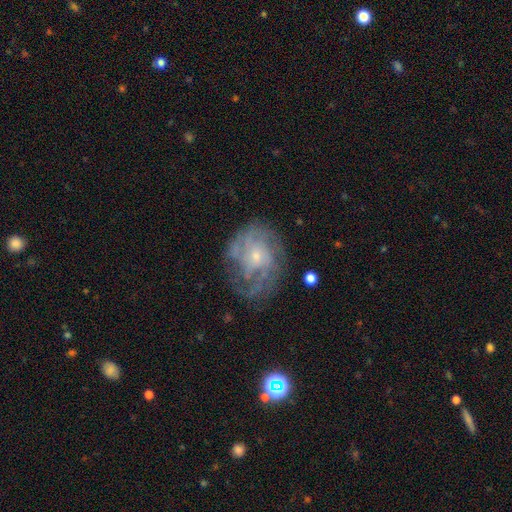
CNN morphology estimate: Smooth or featured?
  - featured or disk: 77% *
  - smooth: 15%
  - star or artifact: 8%
Edge-on disk?
  - no: 98% *
  - yes: 2%
Bar?
  - no: 72% *
  - weak: 24%
  - strong: 3%
Spiral arms?
  - yes: 84% *
  - no: 16%
Spiral winding?
  - tight: 45% *
  - medium: 38%
  - loose: 17%
Spiral arm count?
  - can't tell: 45% *
  - 3: 16%
  - 2: 15%
  - 4: 12%
  - more than 4: 6%
  - 1: 6%
Bulge size?
  - small: 64% *
  - moderate: 30%
  - none: 4%
  - large: 2%
  - dominant: 1%
Merging?
  - none: 59% *
  - minor disturbance: 21%
  - major disturbance: 18%
  - merger: 2%